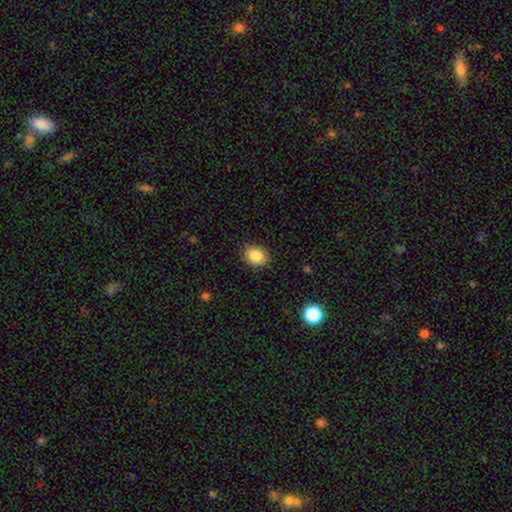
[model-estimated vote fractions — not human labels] The model was most divided on "how rounded": round: 52%, in between: 47%, cigar-shaped: 1%. More confident: merging — none (88%); smooth or featured — smooth (86%).